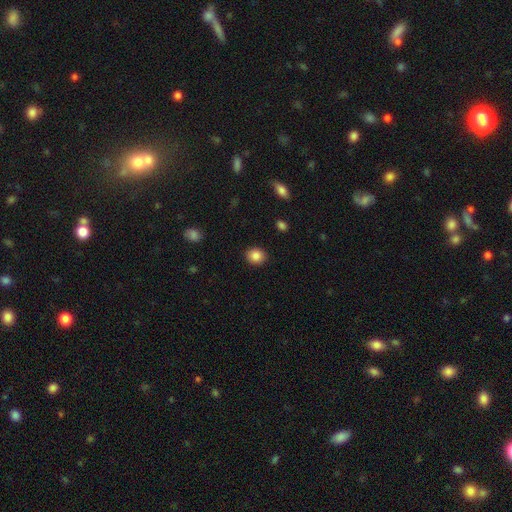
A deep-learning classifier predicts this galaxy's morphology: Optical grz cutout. It shows a smooth galaxy with no disk features (87%) that is round (73%). Merging: none (90%).